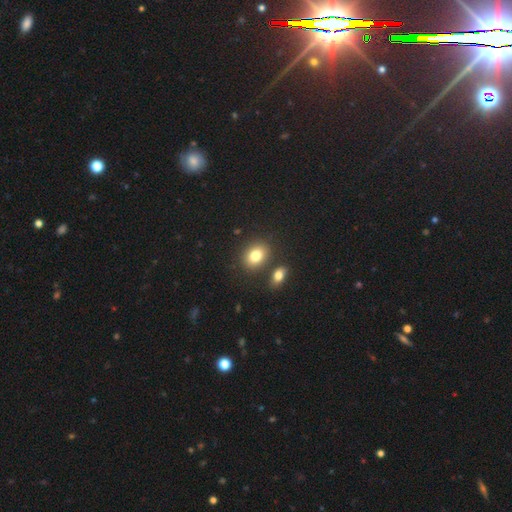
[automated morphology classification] Q: Smooth or featured?
A: smooth (81%); runner-up: star or artifact (10%)
Q: How rounded?
A: in between (63%); runner-up: round (36%)
Q: Merging?
A: none (75%); runner-up: merger (13%)